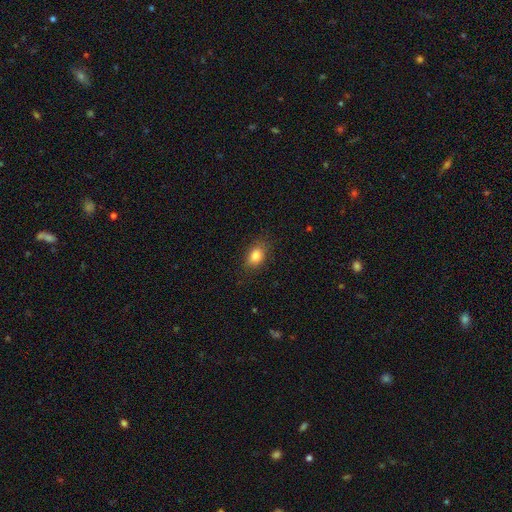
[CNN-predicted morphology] A smooth galaxy with no disk features (83%) that is in between round and cigar-shaped (79%).

Vote fractions:
- Smooth or featured? smooth: 83% / star or artifact: 9% / featured or disk: 7%
- How rounded? in between: 79% / round: 19% / cigar-shaped: 2%
- Merging? none: 82% / minor disturbance: 13% / major disturbance: 4% / merger: 1%